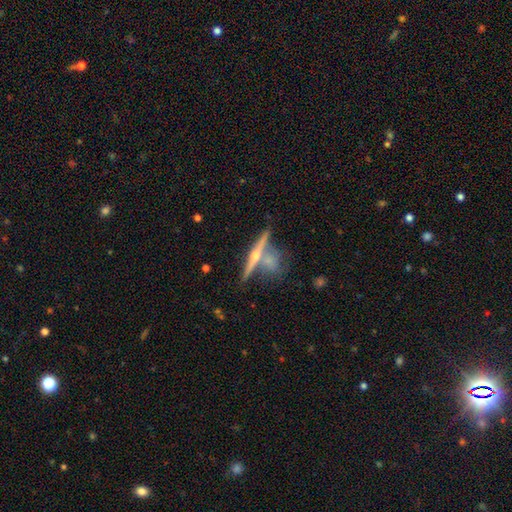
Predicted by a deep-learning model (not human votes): A featured or disk galaxy (76%) viewed edge-on (97%) with a rounded central bulge (91%). Merging: none (67%).